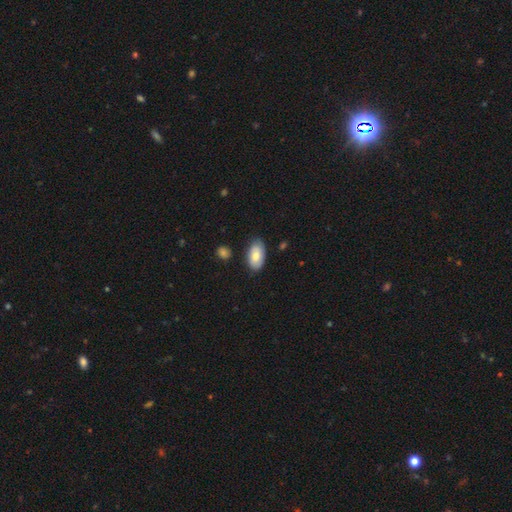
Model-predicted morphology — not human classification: A smooth galaxy with no disk features (76%) that is in between round and cigar-shaped (95%).

Vote fractions:
- Smooth or featured? smooth: 76% / featured or disk: 18% / star or artifact: 6%
- How rounded? in between: 95% / round: 3% / cigar-shaped: 2%
- Merging? none: 79% / minor disturbance: 16% / major disturbance: 3% / merger: 2%